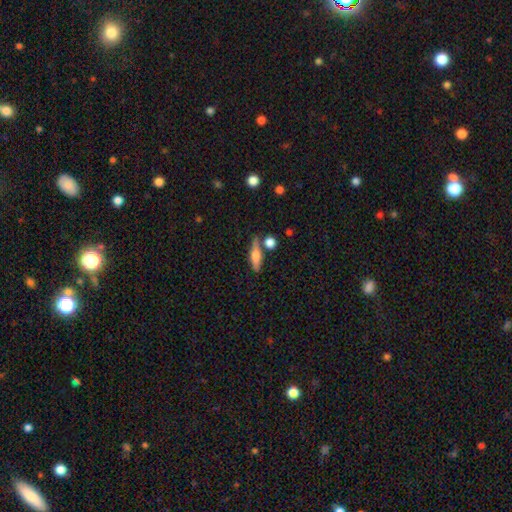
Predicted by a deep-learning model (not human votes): This appears to be a smooth galaxy with no disk features (56%) that is cigar-shaped (61%). Merging: none (69%).